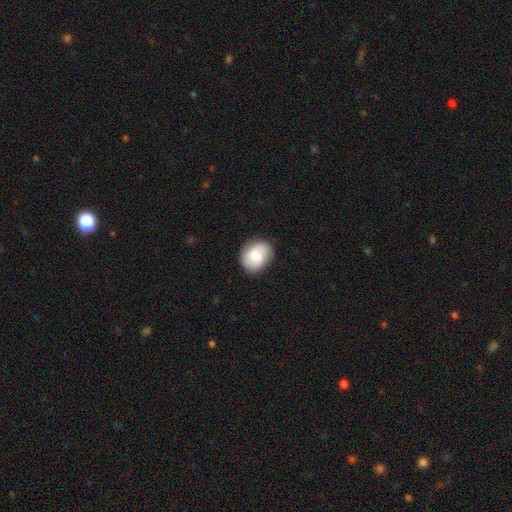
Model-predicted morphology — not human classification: The model was most divided on "how rounded": round: 52%, in between: 47%, cigar-shaped: 1%. More confident: merging — none (80%); smooth or featured — smooth (69%).